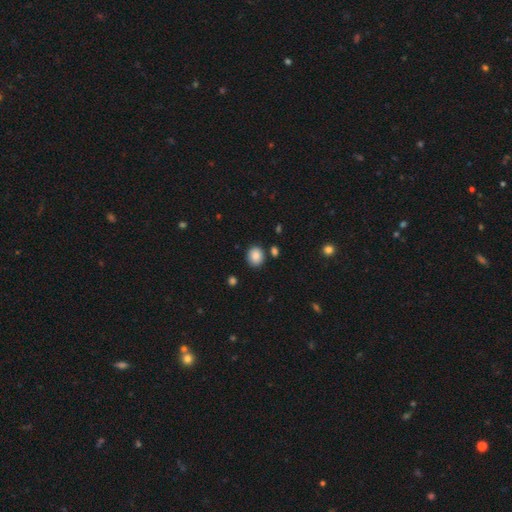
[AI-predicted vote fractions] smooth 86%, star or artifact 9%, featured or disk 5%. Down the decision tree: how rounded — round (70%); merging — none (84%).